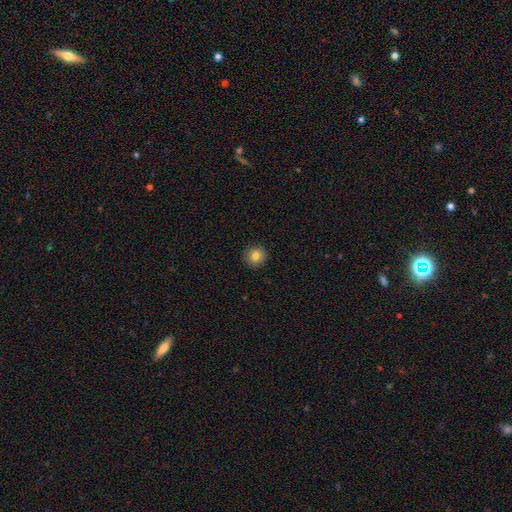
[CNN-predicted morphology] Smooth or featured: smooth — 81% (star or artifact — 11%)
How rounded: round — 94% (in between — 5%)
Merging: none — 92% (minor disturbance — 6%)